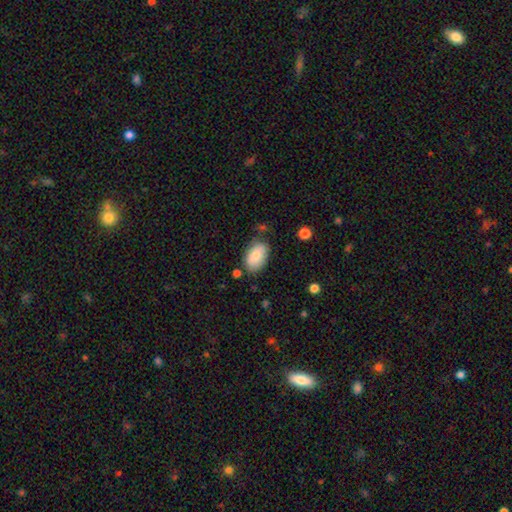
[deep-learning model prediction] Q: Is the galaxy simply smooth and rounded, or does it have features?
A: smooth — 82%.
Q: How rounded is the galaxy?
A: in between — 93%.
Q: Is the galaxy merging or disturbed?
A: none — 71%.